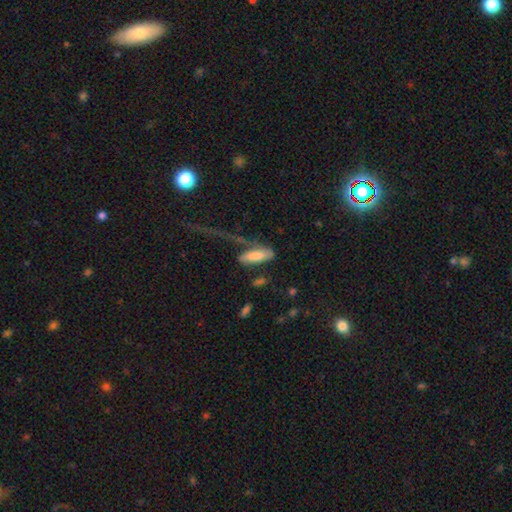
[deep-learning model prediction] Smooth or featured? smooth (72%)
How rounded? in between (64%)
Merging? major disturbance (35%)